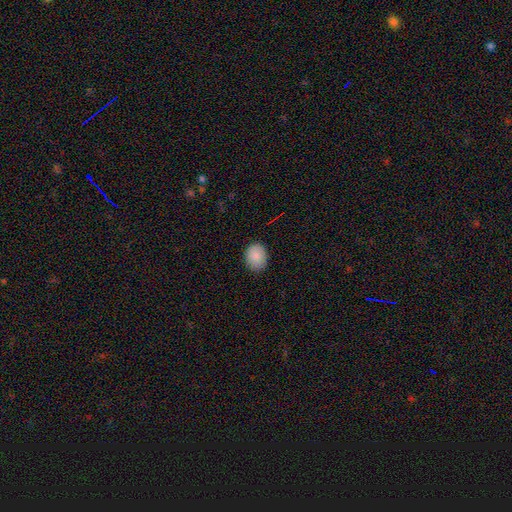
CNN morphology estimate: This is clearly a smooth galaxy (88%). How rounded: possibly in between (50%, tied with round). Merging: clearly none (87%).